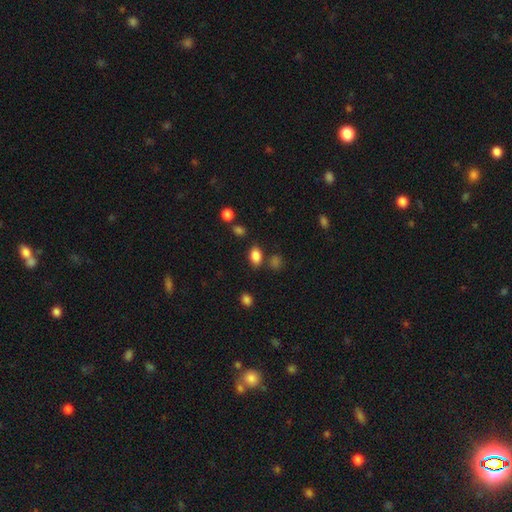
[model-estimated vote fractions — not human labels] Smooth or featured: smooth — 84% (star or artifact — 10%)
How rounded: in between — 84% (round — 14%)
Merging: none — 77% (minor disturbance — 13%)